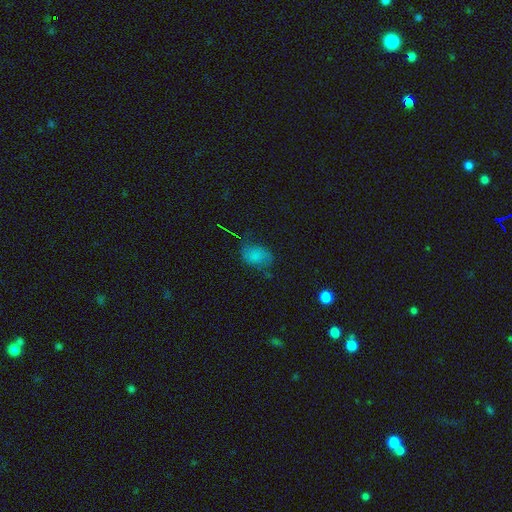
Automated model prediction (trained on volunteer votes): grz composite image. It shows a smooth galaxy with no disk features (65%) that is in between round and cigar-shaped (80%). Merging: none (56%).